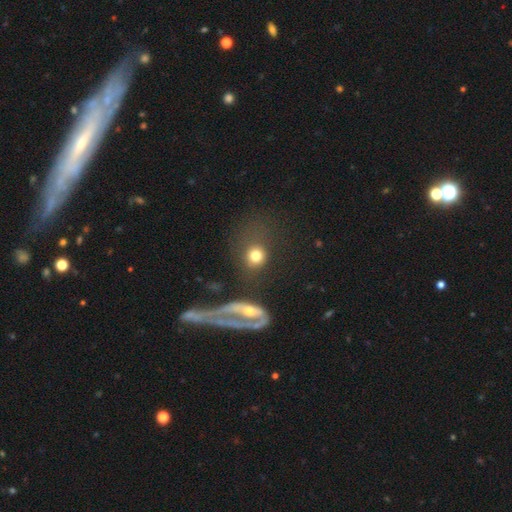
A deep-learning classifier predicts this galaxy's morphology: This is likely a smooth galaxy (76%). How rounded: likely round (79%). Merging: possibly none (55%).